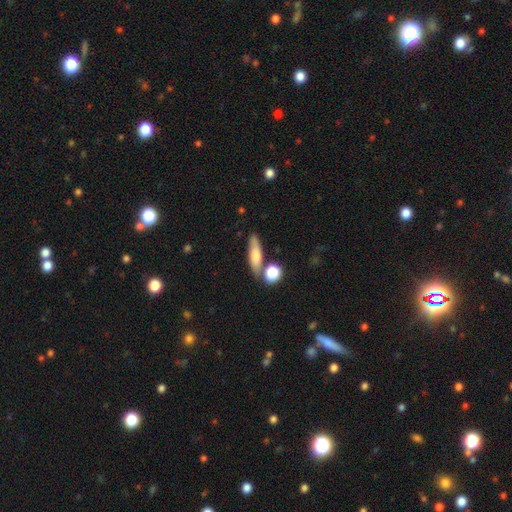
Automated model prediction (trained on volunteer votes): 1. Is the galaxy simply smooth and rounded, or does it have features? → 66% smooth, 25% featured or disk, 9% star or artifact.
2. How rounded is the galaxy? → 55% cigar-shaped, 38% in between, 8% round.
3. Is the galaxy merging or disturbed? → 67% none, 14% minor disturbance, 14% merger, 4% major disturbance.